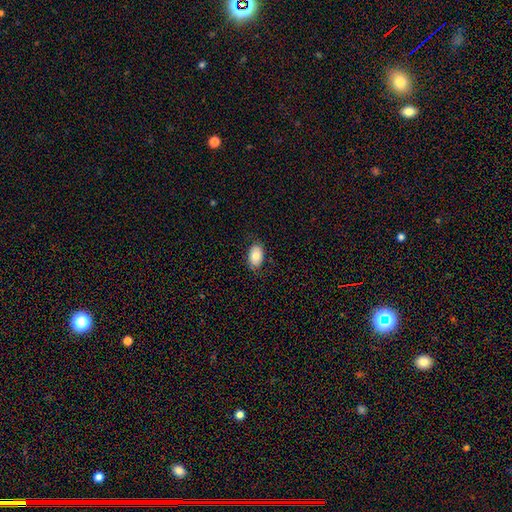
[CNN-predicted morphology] smooth-or-featured: smooth: 79% | featured or disk: 13% | star or artifact: 7%
  how-rounded: in between: 89% | round: 10% | cigar-shaped: 1%
  merging: none: 79% | minor disturbance: 16% | major disturbance: 4% | merger: 1%